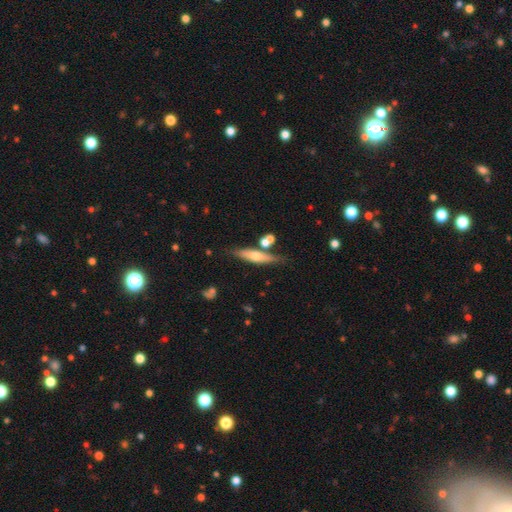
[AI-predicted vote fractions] Q: Smooth or featured?
A: featured or disk (53%); runner-up: smooth (40%)
Q: Edge-on disk?
A: yes (90%); runner-up: no (10%)
Q: Merging?
A: none (71%); runner-up: minor disturbance (14%)